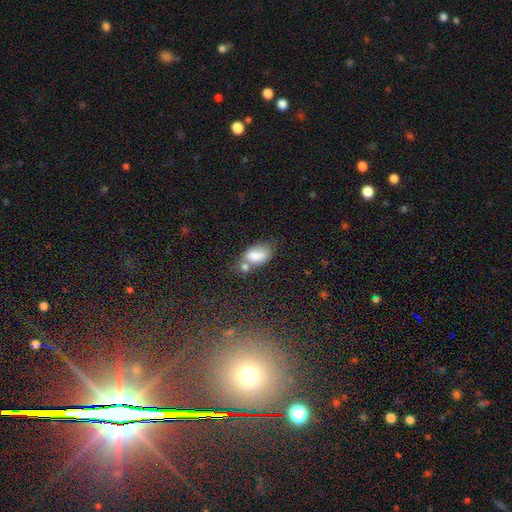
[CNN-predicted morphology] A smooth galaxy with no disk features (79%) that is in between round and cigar-shaped (91%).

Vote fractions:
- Smooth or featured? smooth: 79% / featured or disk: 12% / star or artifact: 9%
- How rounded? in between: 91% / round: 7% / cigar-shaped: 3%
- Merging? none: 39% / merger: 34% / minor disturbance: 20% / major disturbance: 8%